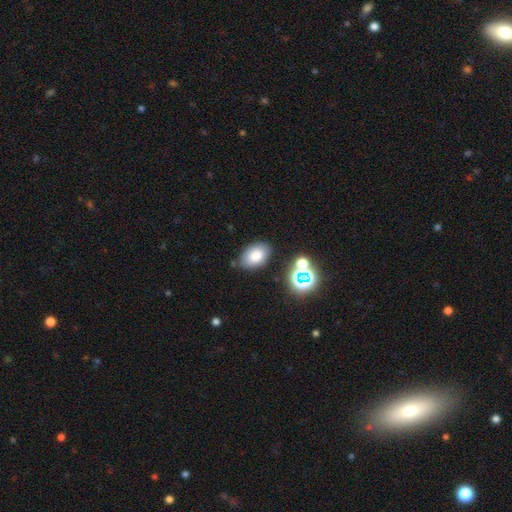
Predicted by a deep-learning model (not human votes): This appears to be a smooth galaxy with no disk features (78%) that is in between round and cigar-shaped (88%). Merging: none (78%).